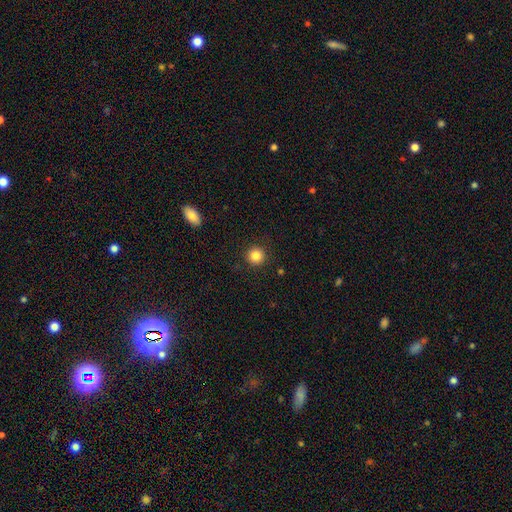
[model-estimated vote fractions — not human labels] smooth_or_featured: smooth (p=0.84) [alt: star or artifact p=0.11]
how_rounded: round (p=0.95) [alt: in between p=0.04]
merging: none (p=0.92) [alt: minor disturbance p=0.05]